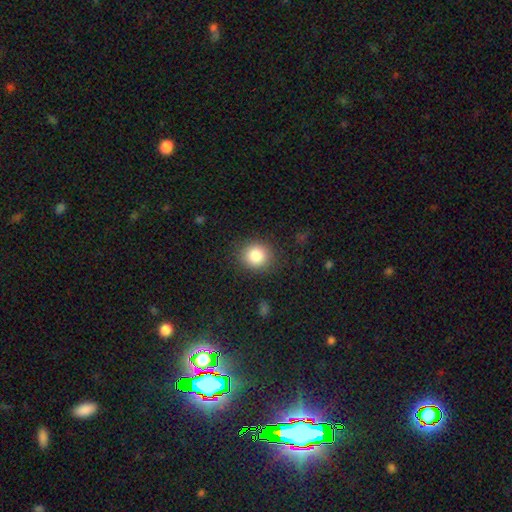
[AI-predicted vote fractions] A smooth galaxy with no disk features (85%) that is round (83%). Merging: none (86%).